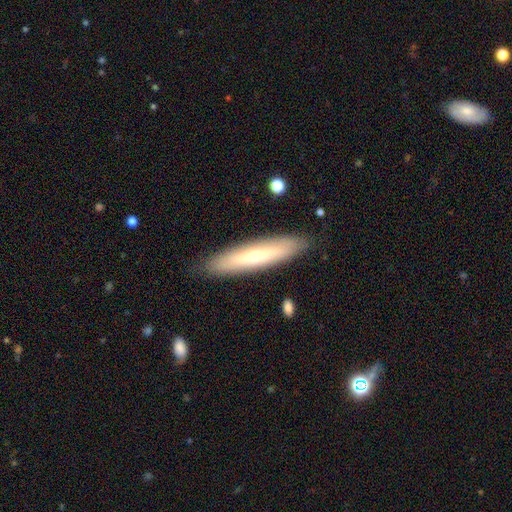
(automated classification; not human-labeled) smooth-or-featured: smooth: 54% | featured or disk: 40% | star or artifact: 6%
  how-rounded: cigar-shaped: 81% | in between: 17% | round: 1%
  merging: none: 87% | minor disturbance: 10% | major disturbance: 2% | merger: 1%